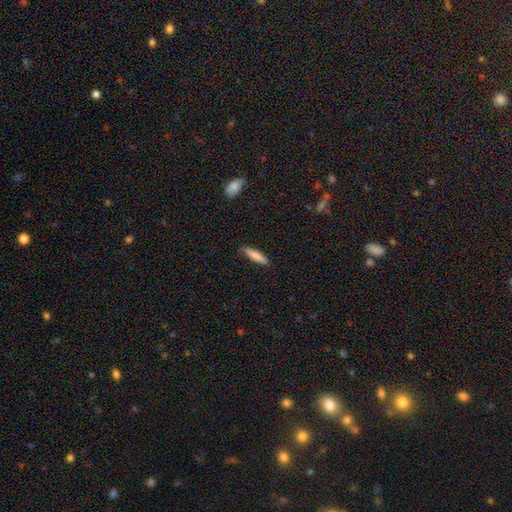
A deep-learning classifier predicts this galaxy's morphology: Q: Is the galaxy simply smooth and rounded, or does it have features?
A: smooth — 81%.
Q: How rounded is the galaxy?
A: cigar-shaped — 84%.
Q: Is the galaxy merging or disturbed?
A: none — 88%.